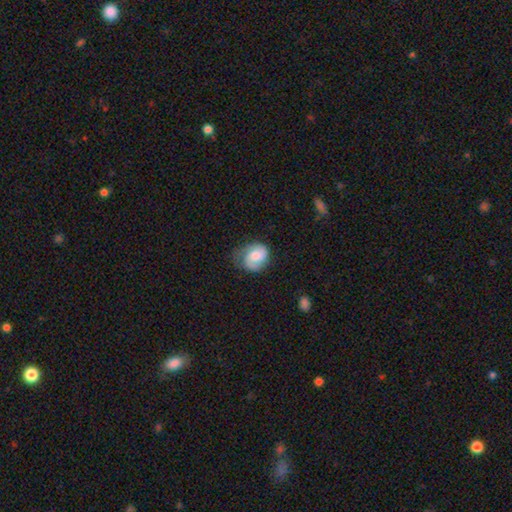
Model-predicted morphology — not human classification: The model was most divided on "smooth or featured": featured or disk: 53%, smooth: 40%, star or artifact: 7%. Remaining: edge-on disk — no (98%); spiral arms — yes (89%); bar — no (58%); merging — none (54%); bulge size — moderate (46%).